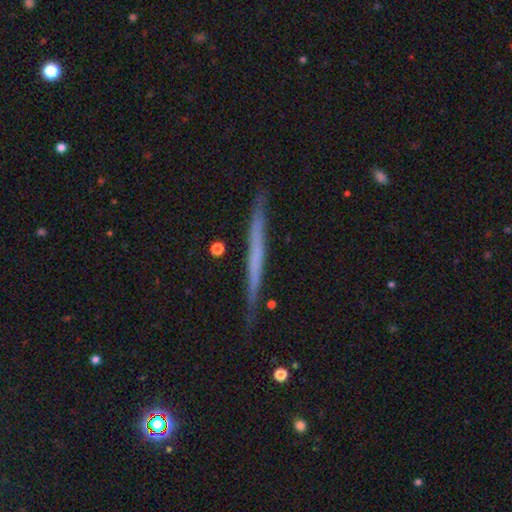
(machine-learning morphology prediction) Overall: featured or disk (55%; smooth 39%). Edge-on disk: yes (96%). Edge-on bulge: none (91%). Merging: none (87%).